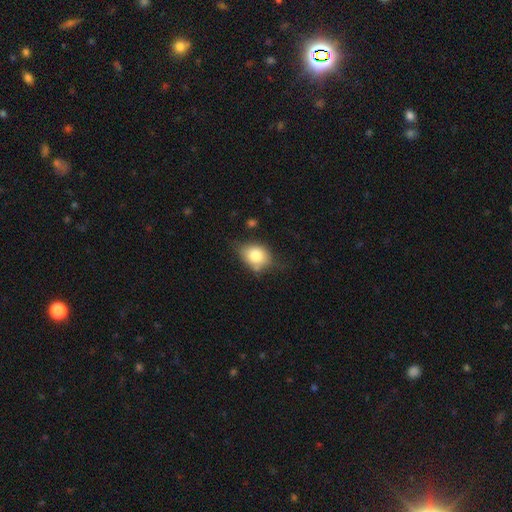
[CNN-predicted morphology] Smooth or featured: smooth — 75% (featured or disk — 15%)
How rounded: in between — 51% (round — 48%)
Merging: none — 57% (minor disturbance — 30%)